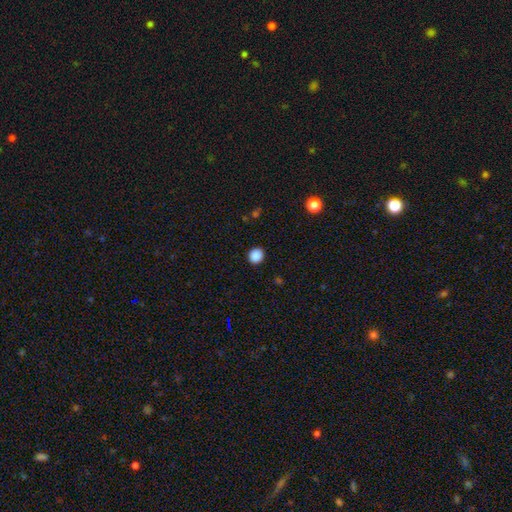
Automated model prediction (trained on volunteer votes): smooth-or-featured: smooth: 88% | star or artifact: 10% | featured or disk: 2%
  how-rounded: round: 82% | in between: 17% | cigar-shaped: 1%
  merging: none: 91% | minor disturbance: 6% | major disturbance: 2% | merger: 1%